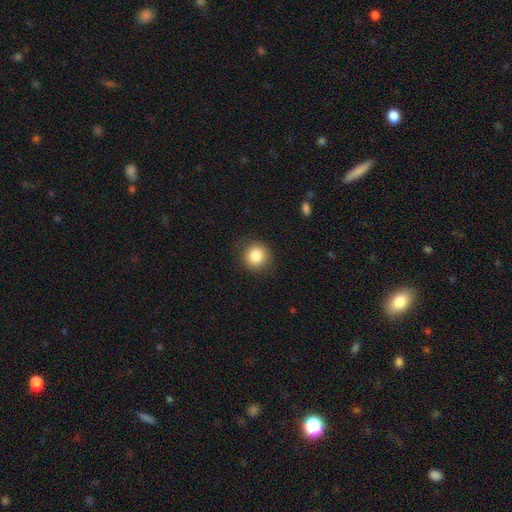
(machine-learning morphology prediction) type=smooth (84%); roundness=round (91%); merging=none (88%).